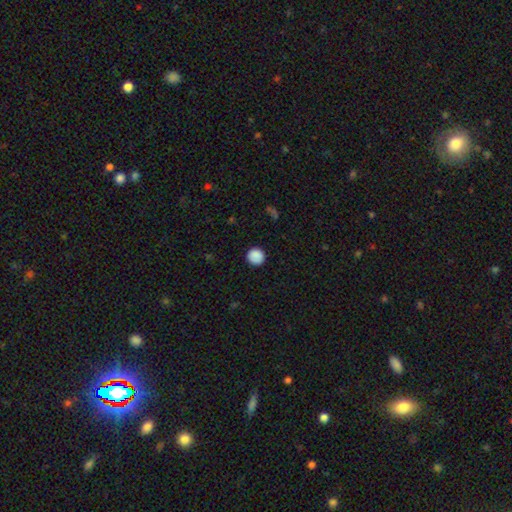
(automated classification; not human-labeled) Q: Smooth or featured?
A: smooth (88%); runner-up: star or artifact (9%)
Q: How rounded?
A: round (93%); runner-up: in between (6%)
Q: Merging?
A: none (90%); runner-up: minor disturbance (7%)